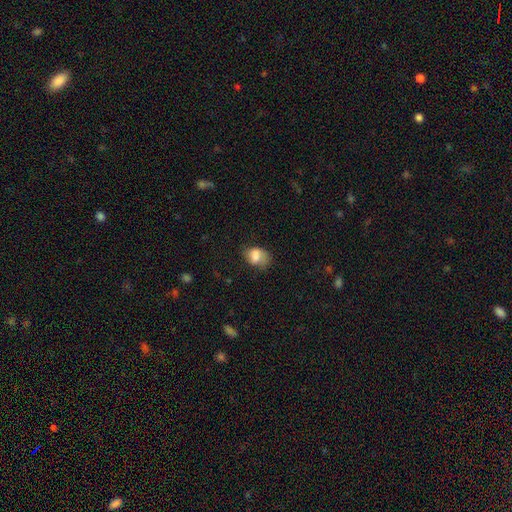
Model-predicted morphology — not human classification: smooth 75%, featured or disk 16%, star or artifact 9%. Down the decision tree: how rounded — in between (68%); merging — none (45%).